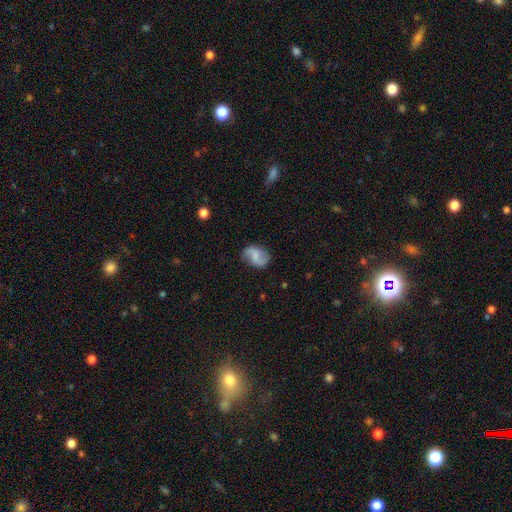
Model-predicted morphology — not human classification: smooth_or_featured: featured or disk (p=0.57) [alt: smooth p=0.35]
disk_edge_on: no (p=0.97) [alt: yes p=0.03]
bar: weak (p=0.44) [alt: no p=0.39]
has_spiral_arms: yes (p=0.91) [alt: no p=0.09]
spiral_winding: loose (p=0.64) [alt: medium p=0.27]
spiral_arm_count: 2 (p=0.90) [alt: can't tell p=0.04]
bulge_size: none (p=0.51) [alt: small p=0.26]
merging: none (p=0.76) [alt: minor disturbance p=0.17]